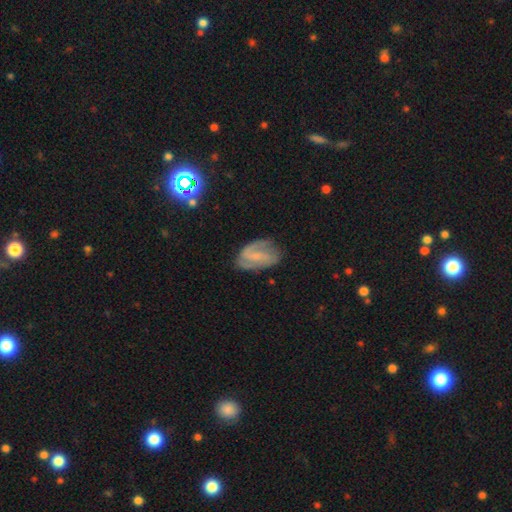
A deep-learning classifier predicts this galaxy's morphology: Overall: featured or disk (69%). Edge-on disk: no (96%). Bar: weak (48%; strong 27%). Spiral arms: yes (88%). Spiral arm count: 2 (72%). Spiral winding: medium (45%; tight 28%). Bulge size: small (46%; none 37%). Merging: none (65%).